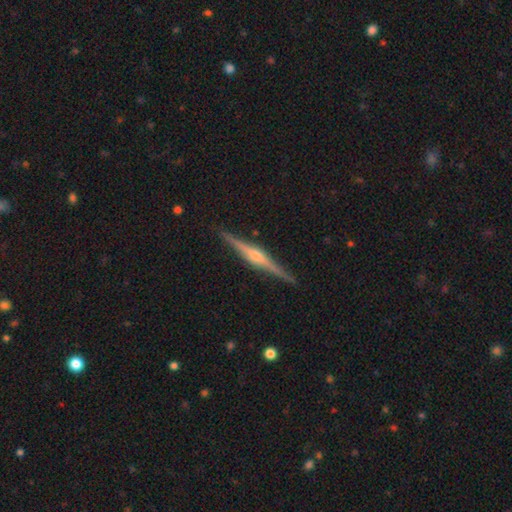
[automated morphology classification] A featured or disk galaxy (85%) viewed edge-on (98%) with a rounded central bulge (83%).

Vote fractions:
- Smooth or featured? featured or disk: 85% / smooth: 10% / star or artifact: 5%
- Edge-on disk? yes: 98% / no: 2%
- Edge-on bulge? rounded: 83% / boxy: 10% / none: 7%
- Merging? none: 92% / minor disturbance: 6% / major disturbance: 1% / merger: 1%